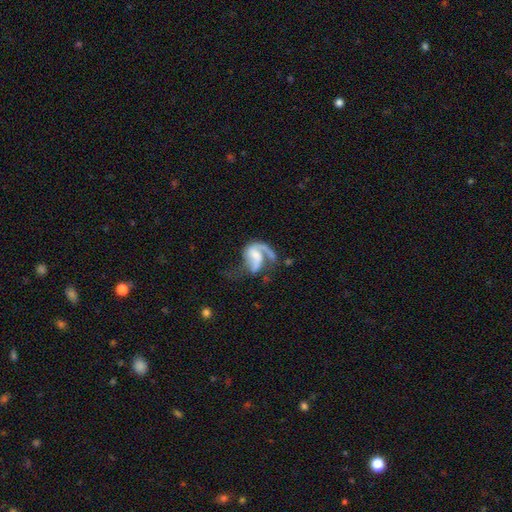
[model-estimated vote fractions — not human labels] featured or disk 77%, smooth 16%, star or artifact 7%. Down the decision tree: edge-on disk — no (98%); bar — no (43%); spiral arms — yes (87%); spiral arm count — 2 (47%); spiral winding — loose (49%); bulge size — small (35%); merging — major disturbance (46%).